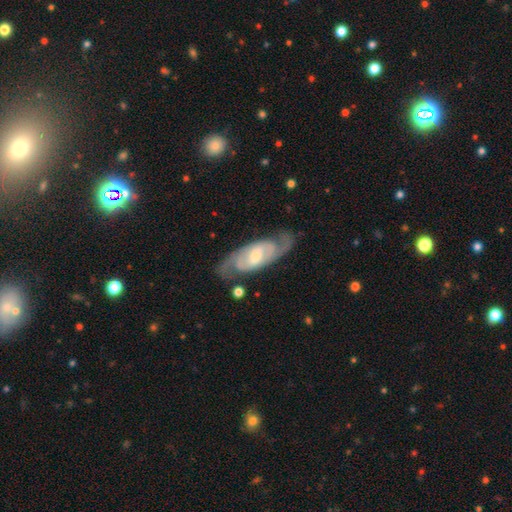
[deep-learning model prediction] The model was most divided on "spiral winding": medium: 49%, tight: 36%, loose: 15%. Remaining: spiral arms — yes (93%); edge-on disk — no (91%); spiral arm count — 2 (87%); smooth or featured — featured or disk (83%); merging — none (77%); bar — weak (51%); bulge size — moderate (48%).